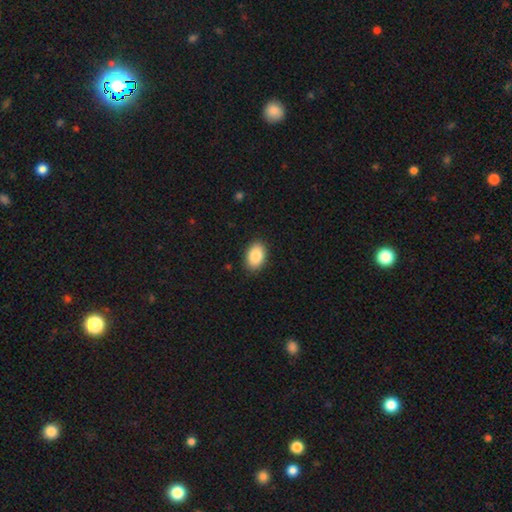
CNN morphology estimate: Smooth or featured? smooth (88%)
How rounded? in between (88%)
Merging? none (89%)